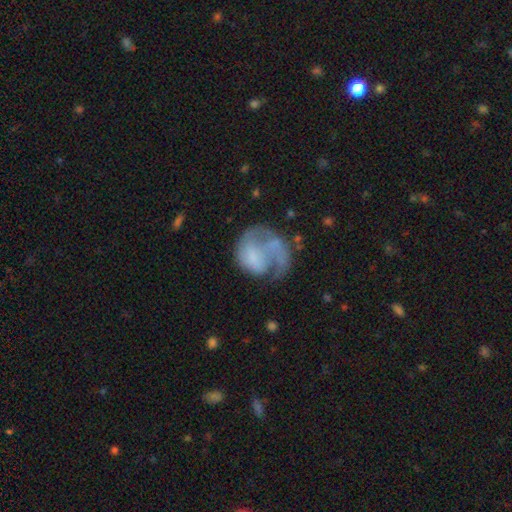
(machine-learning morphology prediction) smooth-or-featured: featured or disk: 60% | smooth: 32% | star or artifact: 8%
  disk-edge-on: no: 98% | yes: 2%
    bar: no: 70% | weak: 24% | strong: 6%
    has-spiral-arms: yes: 67% | no: 33%
    bulge-size: none: 53% | small: 23% | moderate: 15% | large: 6% | dominant: 2%
  merging: major disturbance: 45% | none: 31% | minor disturbance: 17% | merger: 7%